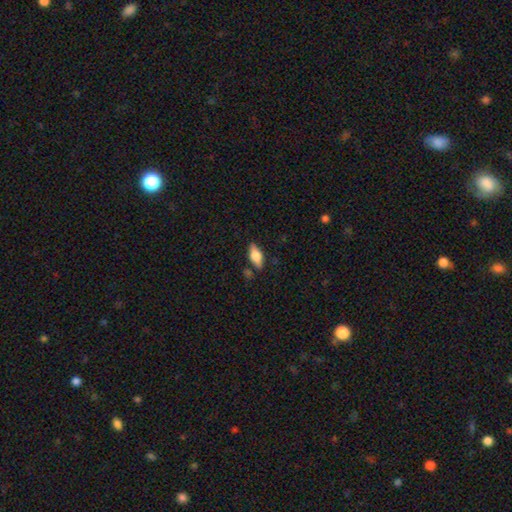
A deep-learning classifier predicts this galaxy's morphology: smooth-or-featured: smooth: 60% | featured or disk: 32% | star or artifact: 7%
  how-rounded: in between: 79% | cigar-shaped: 18% | round: 4%
  merging: none: 81% | minor disturbance: 13% | merger: 3% | major disturbance: 3%